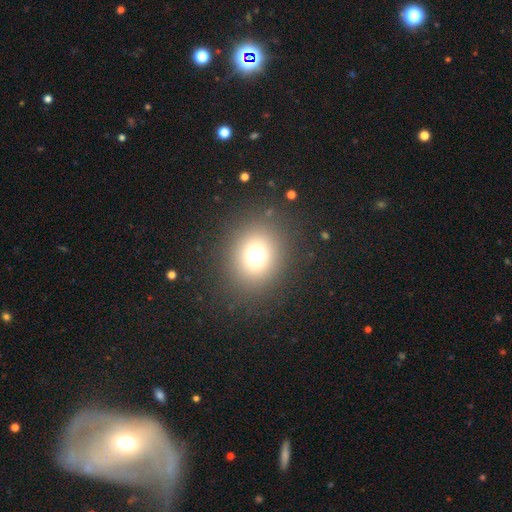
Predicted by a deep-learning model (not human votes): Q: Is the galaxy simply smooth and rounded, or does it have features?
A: smooth — 70%.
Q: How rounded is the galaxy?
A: round — 76%.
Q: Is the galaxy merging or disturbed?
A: none — 86%.